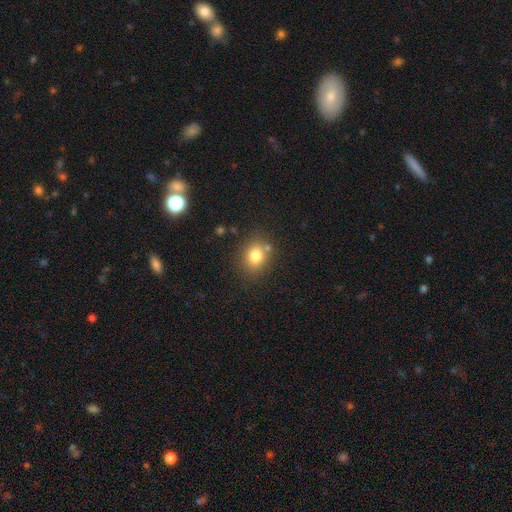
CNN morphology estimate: Smooth or featured: smooth — 79% (star or artifact — 12%)
How rounded: round — 57% (in between — 42%)
Merging: none — 75% (minor disturbance — 13%)